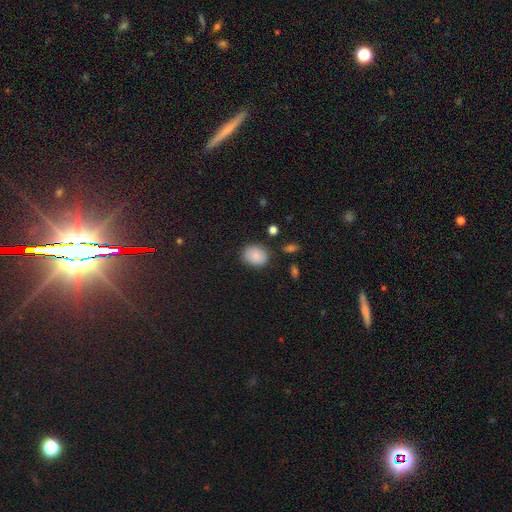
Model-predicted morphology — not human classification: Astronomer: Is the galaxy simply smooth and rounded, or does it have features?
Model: smooth — 83%.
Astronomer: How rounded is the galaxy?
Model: in between — 52% (runner-up: round, 47%).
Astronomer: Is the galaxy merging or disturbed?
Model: none — 83%.